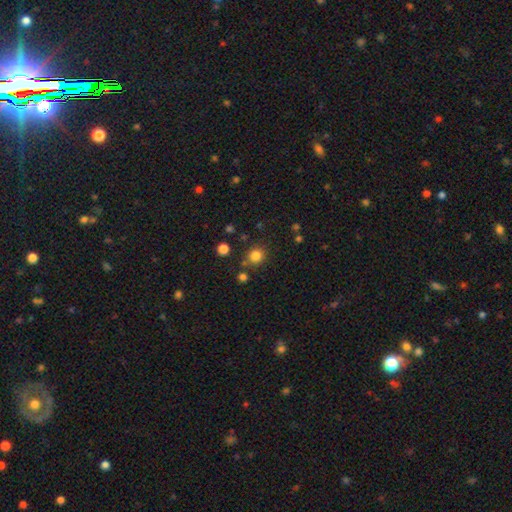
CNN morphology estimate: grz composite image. It shows a smooth galaxy with no disk features (82%) that is round (89%). Merging: none (80%).